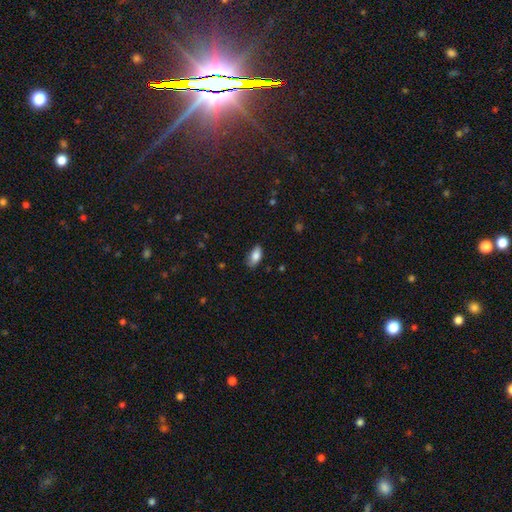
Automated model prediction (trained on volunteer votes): A smooth galaxy with no disk features (84%) that is in between round and cigar-shaped (91%). Merging: none (74%).